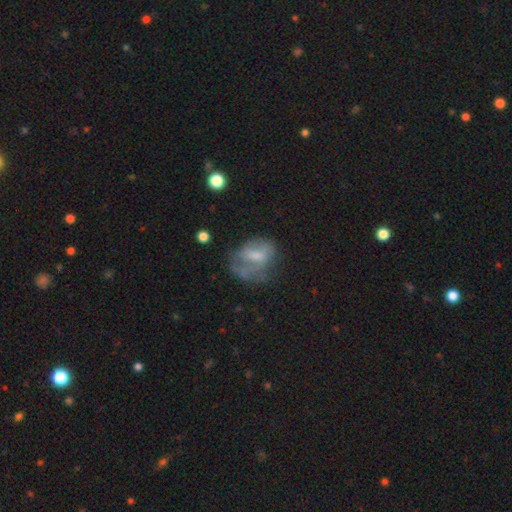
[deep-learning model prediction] smooth-or-featured: featured or disk: 46% | smooth: 43% | star or artifact: 10%
  merging: none: 39% | major disturbance: 30% | minor disturbance: 27% | merger: 3%